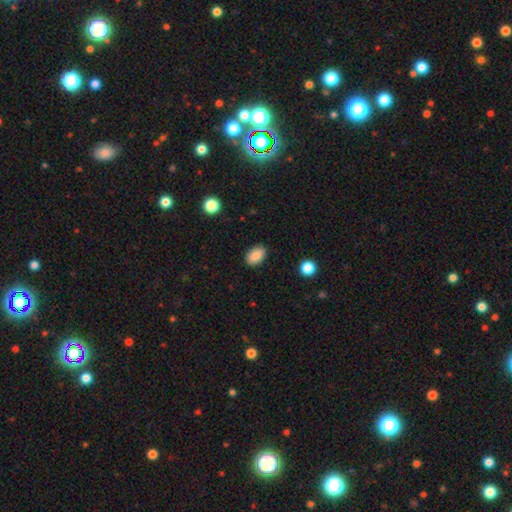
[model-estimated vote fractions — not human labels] Overall: smooth (86%). How rounded: in between (87%). Merging: none (88%).